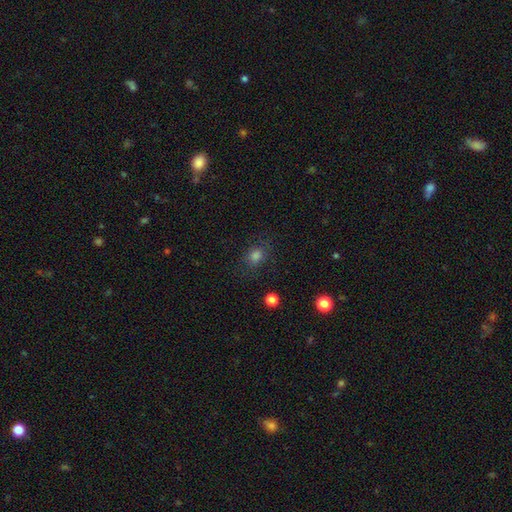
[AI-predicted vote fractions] smooth-or-featured: smooth: 76% | star or artifact: 17% | featured or disk: 7%
  how-rounded: round: 67% | in between: 31% | cigar-shaped: 1%
  merging: none: 81% | minor disturbance: 13% | major disturbance: 5% | merger: 1%